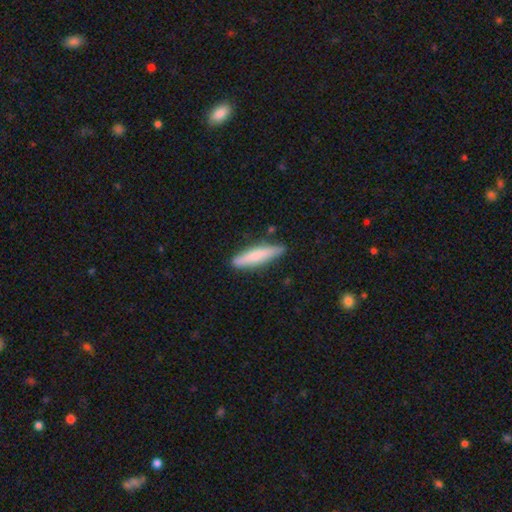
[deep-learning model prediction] Smooth or featured?
  - smooth: 72% *
  - featured or disk: 23%
  - star or artifact: 6%
How rounded?
  - cigar-shaped: 83% *
  - in between: 16%
  - round: 1%
Merging?
  - none: 81% *
  - minor disturbance: 15%
  - major disturbance: 2%
  - merger: 2%